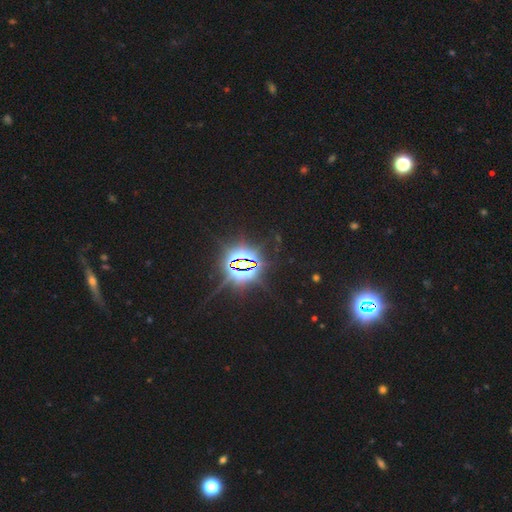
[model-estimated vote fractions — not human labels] Smooth or featured? Predicted: star or artifact (p=0.84).